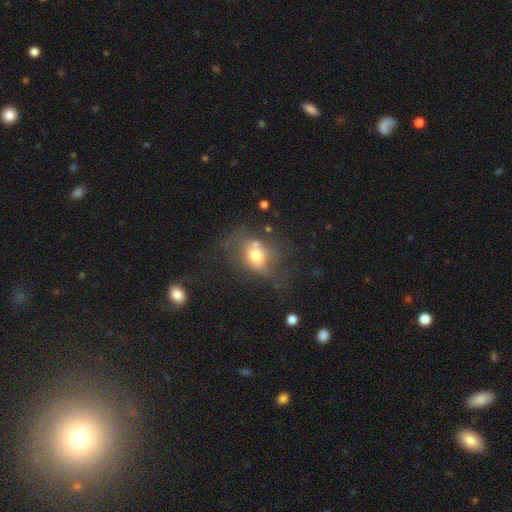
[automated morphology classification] Q: Smooth or featured?
A: smooth (64%); runner-up: featured or disk (23%)
Q: How rounded?
A: in between (54%); runner-up: round (44%)
Q: Merging?
A: none (48%); runner-up: minor disturbance (24%)